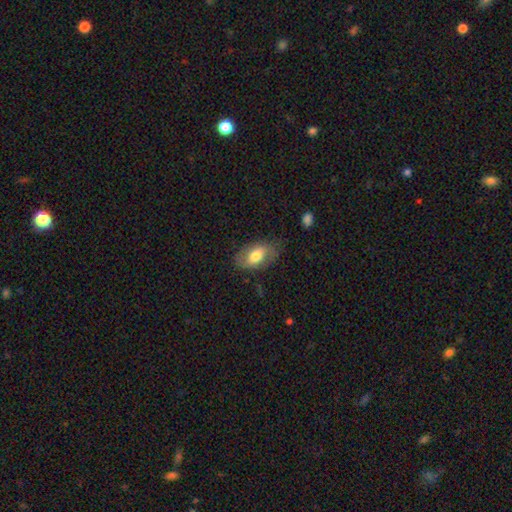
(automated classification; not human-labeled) Smooth or featured?
  - smooth: 64% *
  - featured or disk: 30%
  - star or artifact: 7%
How rounded?
  - in between: 91% *
  - round: 7%
  - cigar-shaped: 2%
Merging?
  - none: 69% *
  - minor disturbance: 22%
  - major disturbance: 8%
  - merger: 2%